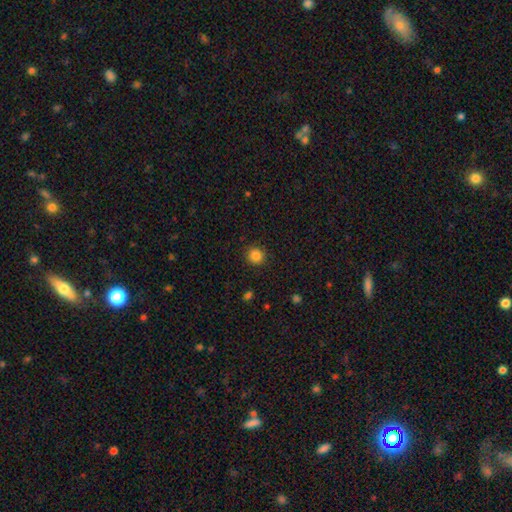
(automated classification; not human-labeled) smooth 85%, star or artifact 11%, featured or disk 4%. Down the decision tree: how rounded — round (92%); merging — none (90%).